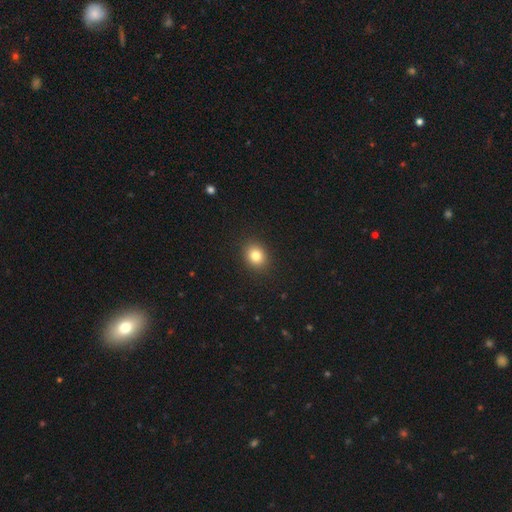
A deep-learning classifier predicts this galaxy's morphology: A smooth galaxy with no disk features (81%) that is round (61%).

Vote fractions:
- Smooth or featured? smooth: 81% / star or artifact: 11% / featured or disk: 7%
- How rounded? round: 61% / in between: 38% / cigar-shaped: 1%
- Merging? none: 91% / minor disturbance: 6% / major disturbance: 2% / merger: 1%